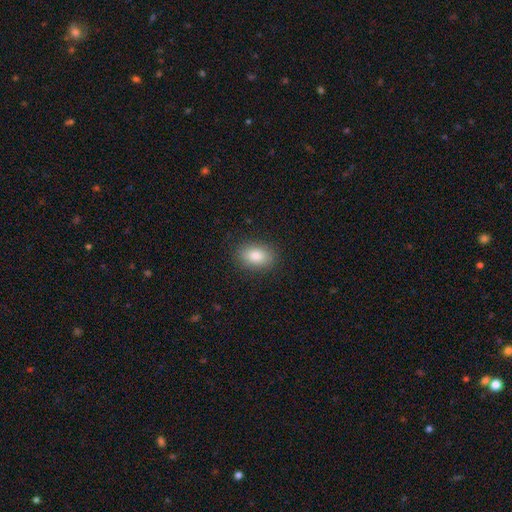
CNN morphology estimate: Smooth or featured? Predicted: smooth (p=0.85). How rounded? Predicted: in between (p=0.84). Merging? Predicted: none (p=0.87).